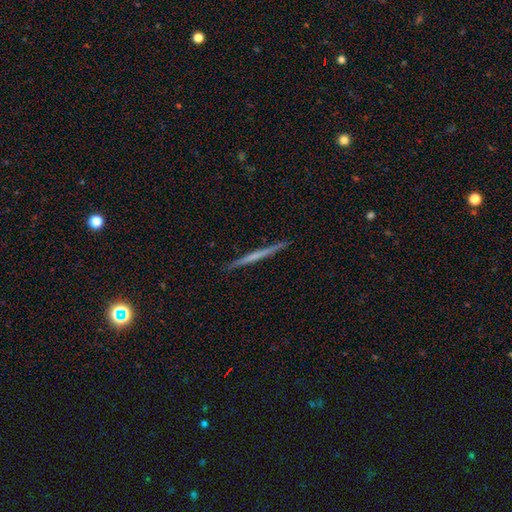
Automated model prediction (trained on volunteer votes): Overall: featured or disk (56%; smooth 39%). Edge-on disk: yes (98%). Edge-on bulge: none (81%). Merging: none (92%).